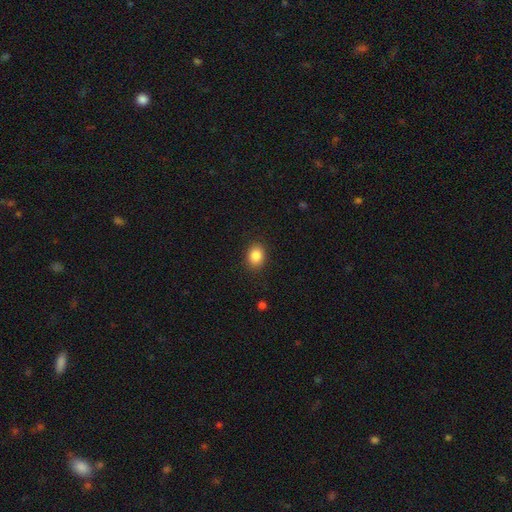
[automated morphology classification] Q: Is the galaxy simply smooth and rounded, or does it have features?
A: smooth — 86%.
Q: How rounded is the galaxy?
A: in between — 52%.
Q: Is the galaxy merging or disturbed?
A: none — 89%.